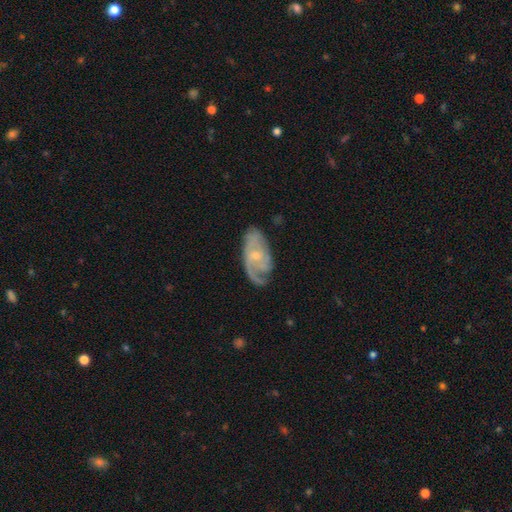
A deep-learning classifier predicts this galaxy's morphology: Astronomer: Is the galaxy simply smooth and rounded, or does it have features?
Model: featured or disk — 78%.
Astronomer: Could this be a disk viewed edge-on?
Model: no — 95%.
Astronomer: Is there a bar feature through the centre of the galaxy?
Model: no — 67%.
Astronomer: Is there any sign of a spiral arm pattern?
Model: yes — 91%.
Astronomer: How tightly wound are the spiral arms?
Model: tight — 44% (runner-up: medium, 39%).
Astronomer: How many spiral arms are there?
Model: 2 — 39% (runner-up: can't tell, 26%).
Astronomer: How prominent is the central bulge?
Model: small — 65%.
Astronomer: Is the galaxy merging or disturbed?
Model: none — 59%.